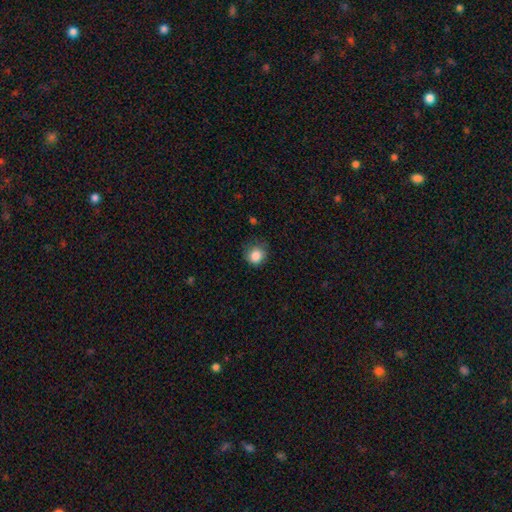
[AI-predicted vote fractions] Overall: smooth (85%). How rounded: round (85%). Merging: none (70%).